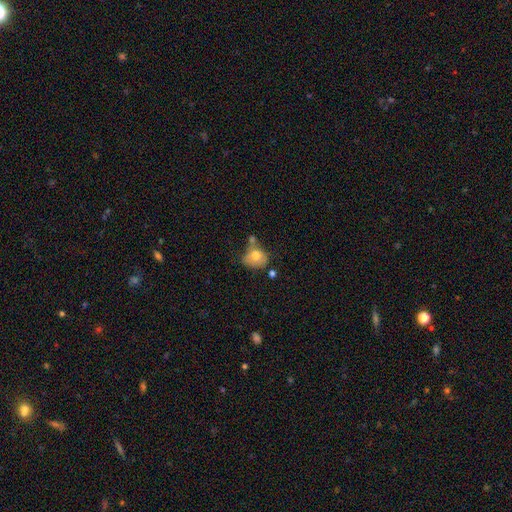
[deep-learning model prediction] A smooth galaxy with no disk features (73%) that is in between round and cigar-shaped (52%).

Vote fractions:
- Smooth or featured? smooth: 73% / featured or disk: 19% / star or artifact: 9%
- How rounded? in between: 52% / round: 47% / cigar-shaped: 1%
- Merging? none: 34% / merger: 26% / minor disturbance: 26% / major disturbance: 14%